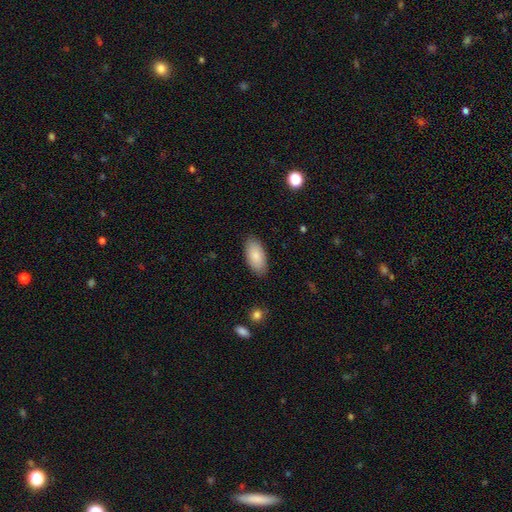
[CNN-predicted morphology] This is clearly a smooth galaxy (85%). How rounded: clearly in between (93%). Merging: clearly none (87%).